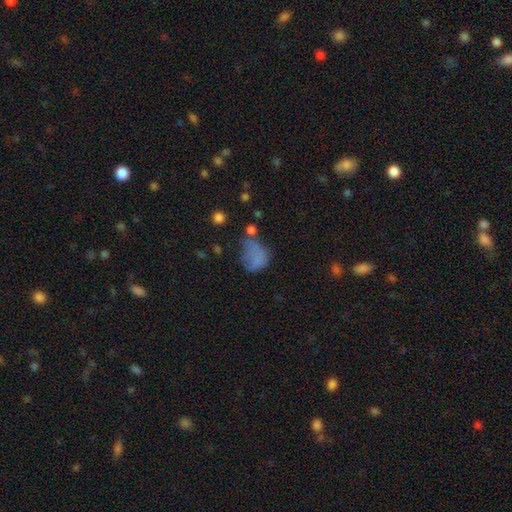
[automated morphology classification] smooth-or-featured: smooth: 63% | featured or disk: 20% | star or artifact: 17%
  how-rounded: in between: 60% | round: 38% | cigar-shaped: 2%
  merging: major disturbance: 35% | none: 29% | minor disturbance: 26% | merger: 10%